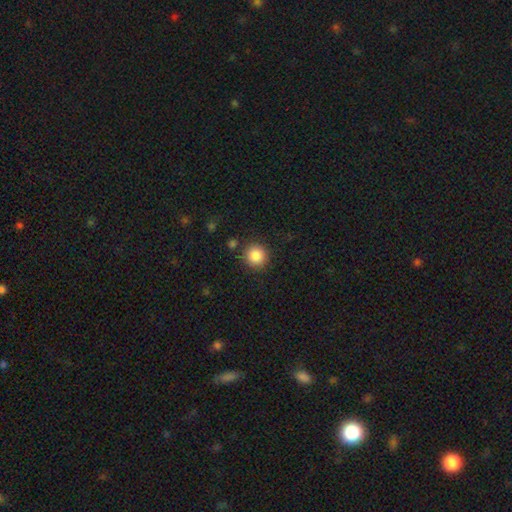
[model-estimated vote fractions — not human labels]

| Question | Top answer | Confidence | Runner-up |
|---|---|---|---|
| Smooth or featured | smooth | 87% | star or artifact (9%) |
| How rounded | round | 93% | in between (6%) |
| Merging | none | 87% | minor disturbance (7%) |